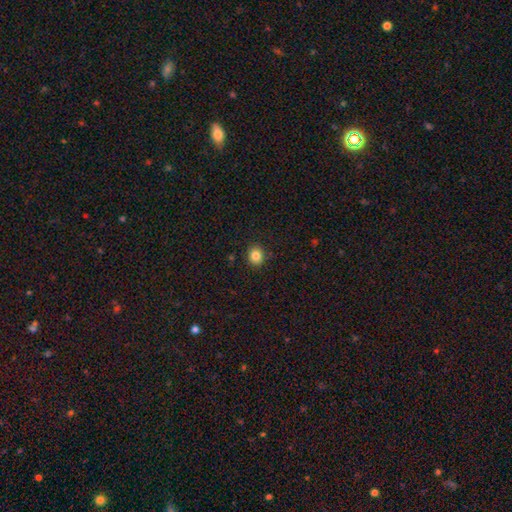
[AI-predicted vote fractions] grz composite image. It shows a smooth galaxy with no disk features (84%) that is round (76%). Merging: none (90%).